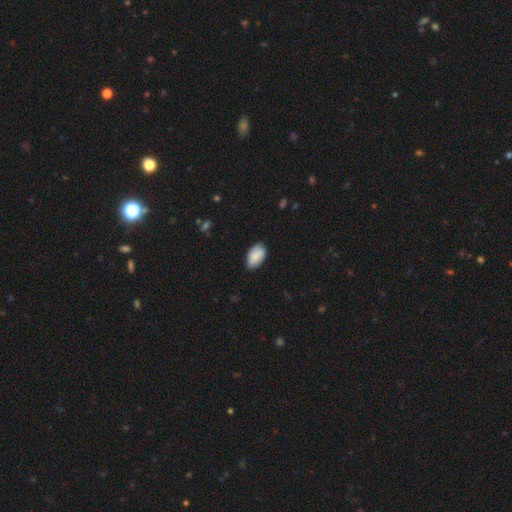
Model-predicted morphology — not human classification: Smooth or featured? Predicted: smooth (p=0.86). How rounded? Predicted: in between (p=0.94). Merging? Predicted: none (p=0.80).